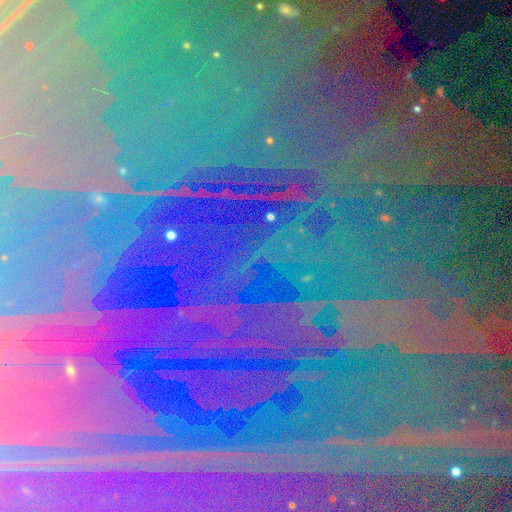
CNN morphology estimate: smooth_or_featured: star or artifact (p=0.88) [alt: featured or disk p=0.07]